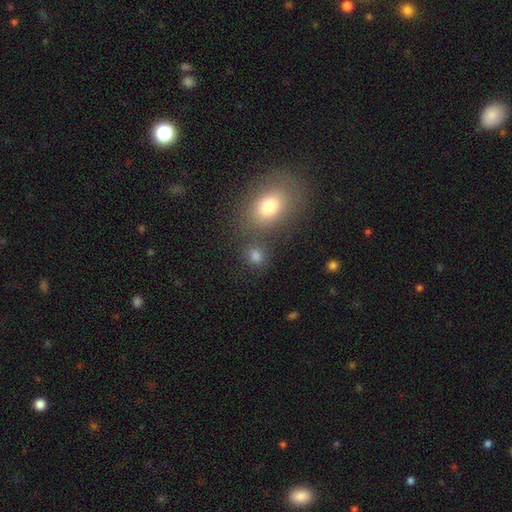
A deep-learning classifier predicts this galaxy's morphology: Q: Smooth or featured?
A: smooth (78%); runner-up: star or artifact (15%)
Q: How rounded?
A: round (72%); runner-up: in between (27%)
Q: Merging?
A: none (68%); runner-up: merger (18%)